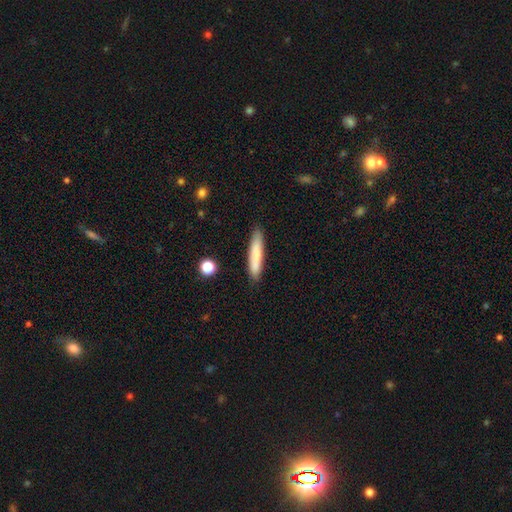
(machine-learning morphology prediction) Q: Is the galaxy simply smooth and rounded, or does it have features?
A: smooth — 79%.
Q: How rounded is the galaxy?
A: cigar-shaped — 90%.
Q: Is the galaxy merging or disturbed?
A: none — 86%.